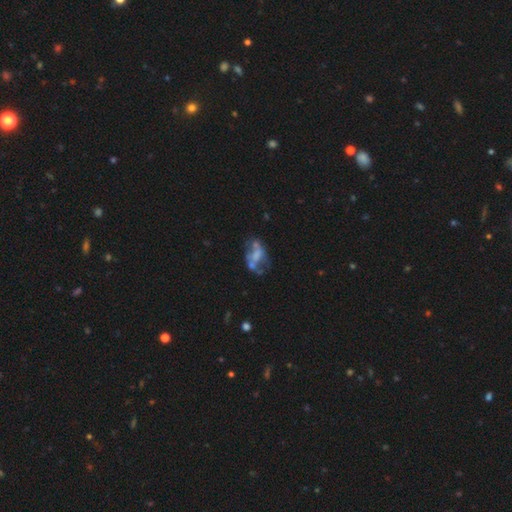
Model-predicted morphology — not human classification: A featured or disk galaxy (57%) with no bar (80%), no spiral arms (86%) and no central bulge (55%). Merging: none (32%).